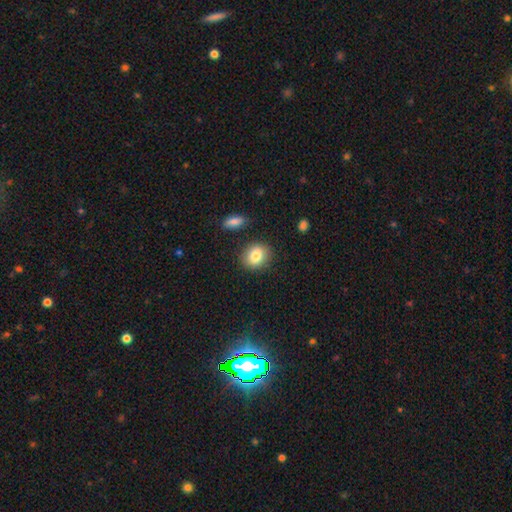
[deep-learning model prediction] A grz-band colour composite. It shows a smooth galaxy with no disk features (83%) that is round (63%). Merging: none (84%).